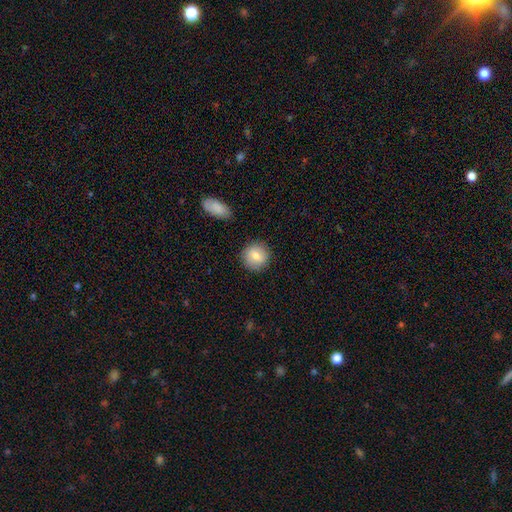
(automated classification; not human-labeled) Q: Smooth or featured?
A: smooth (83%); runner-up: featured or disk (10%)
Q: How rounded?
A: round (90%); runner-up: in between (9%)
Q: Merging?
A: none (87%); runner-up: minor disturbance (8%)